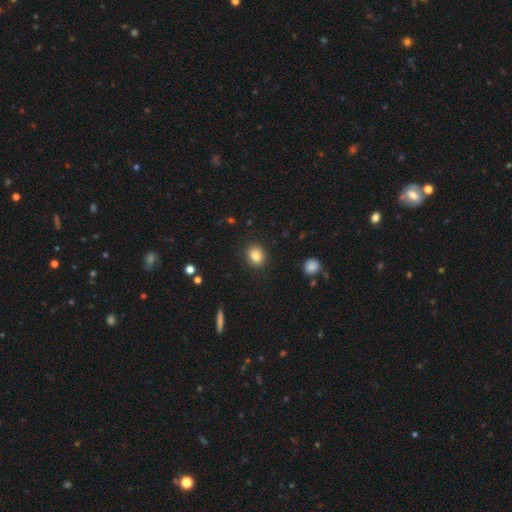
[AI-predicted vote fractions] Smooth or featured? smooth (83%)
How rounded? round (74%)
Merging? none (90%)